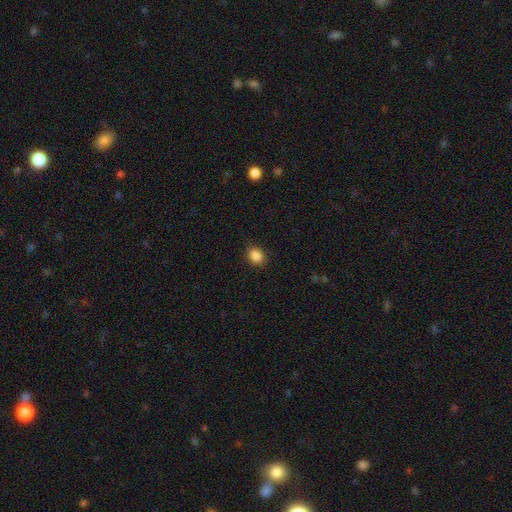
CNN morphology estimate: smooth-or-featured: smooth: 86% | star or artifact: 10% | featured or disk: 4%
  how-rounded: in between: 52% | round: 47% | cigar-shaped: 1%
  merging: none: 84% | minor disturbance: 12% | major disturbance: 3% | merger: 1%